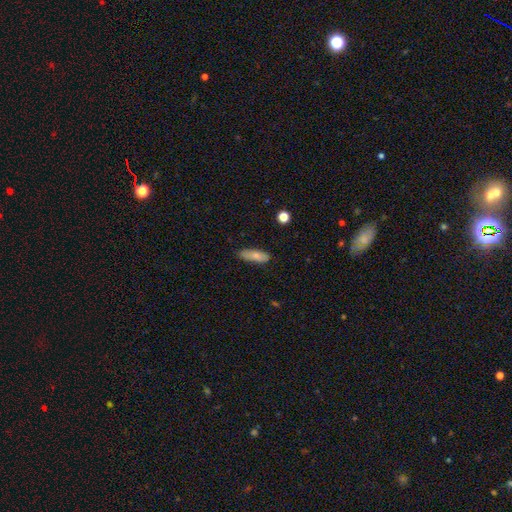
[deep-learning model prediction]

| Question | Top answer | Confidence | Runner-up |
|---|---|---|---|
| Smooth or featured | smooth | 79% | featured or disk (14%) |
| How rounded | in between | 58% | cigar-shaped (40%) |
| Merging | none | 78% | minor disturbance (18%) |